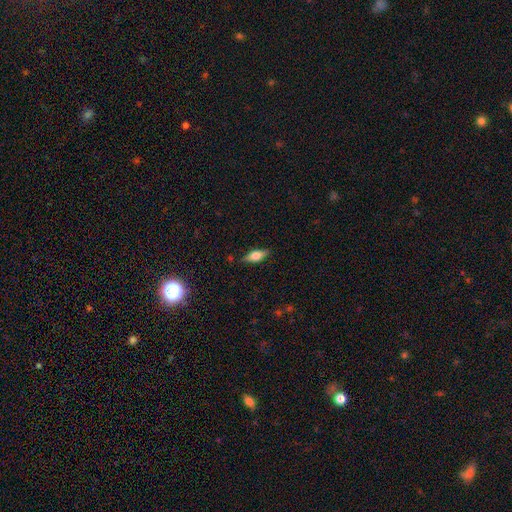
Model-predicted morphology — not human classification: A smooth galaxy with no disk features (51%) that is in between round and cigar-shaped (69%). Merging: none (84%).